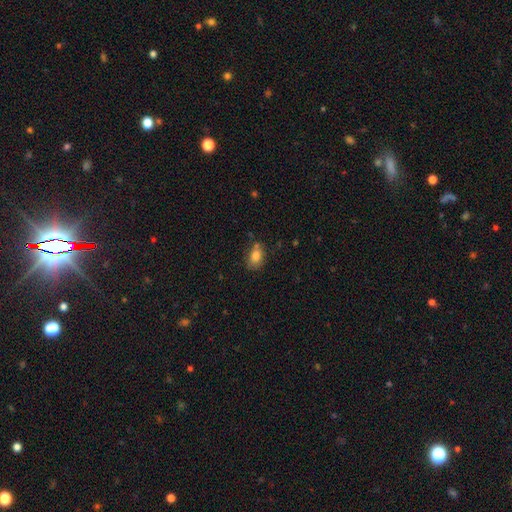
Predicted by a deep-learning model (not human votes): Overall: smooth (81%). How rounded: in between (80%). Merging: none (62%; minor disturbance 24%).